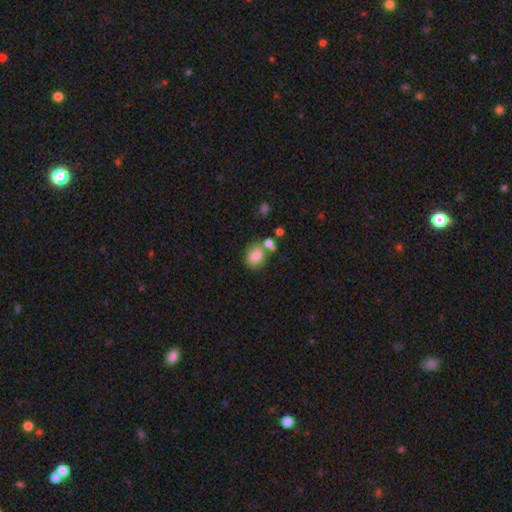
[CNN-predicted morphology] Smooth or featured?
  - smooth: 78% *
  - featured or disk: 12%
  - star or artifact: 9%
How rounded?
  - round: 59% *
  - in between: 40%
  - cigar-shaped: 1%
Merging?
  - none: 53% *
  - merger: 25%
  - minor disturbance: 16%
  - major disturbance: 6%